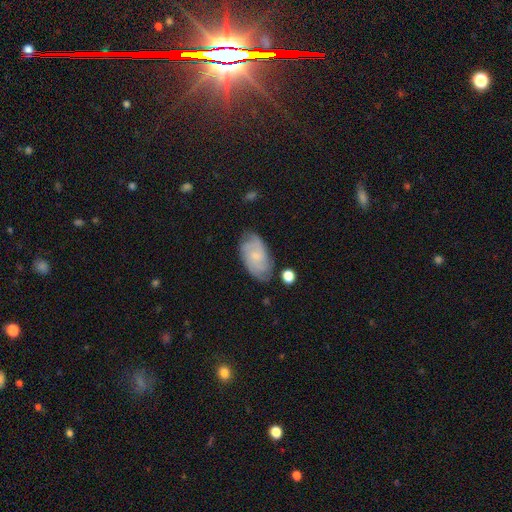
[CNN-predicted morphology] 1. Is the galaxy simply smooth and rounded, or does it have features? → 59% featured or disk, 34% smooth, 8% star or artifact.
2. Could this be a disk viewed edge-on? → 96% no, 4% yes.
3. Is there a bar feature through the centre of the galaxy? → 70% no, 27% weak, 3% strong.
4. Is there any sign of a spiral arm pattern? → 91% yes, 9% no.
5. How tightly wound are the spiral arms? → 51% tight, 36% medium, 12% loose.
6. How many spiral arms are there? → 39% can't tell, 22% 2, 20% 3, 10% 4, 4% 1, 4% more than 4.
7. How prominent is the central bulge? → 62% small, 21% moderate, 15% none, 2% large, 1% dominant.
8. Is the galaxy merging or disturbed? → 73% none, 20% minor disturbance, 5% major disturbance, 2% merger.